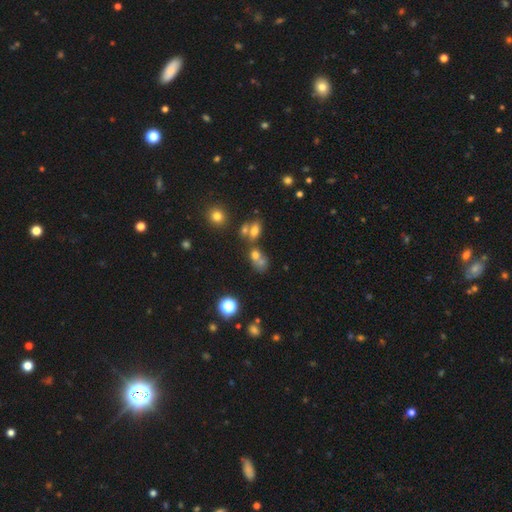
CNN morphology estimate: type=smooth (65%); roundness=in between (56%); merging=merger (53%).